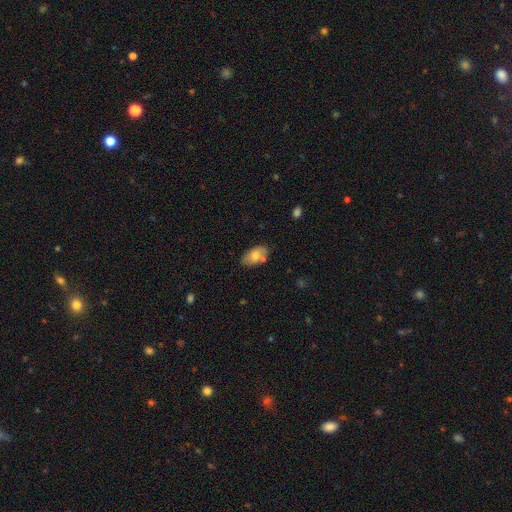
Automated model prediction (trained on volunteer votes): smooth-or-featured: smooth: 71% | featured or disk: 22% | star or artifact: 7%
  how-rounded: in between: 93% | round: 5% | cigar-shaped: 2%
  merging: none: 66% | minor disturbance: 20% | merger: 11% | major disturbance: 4%